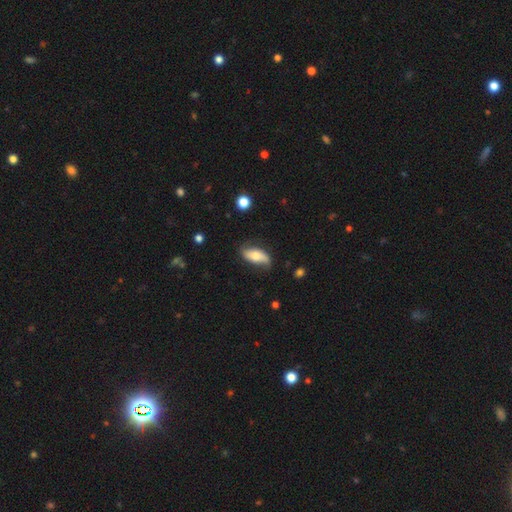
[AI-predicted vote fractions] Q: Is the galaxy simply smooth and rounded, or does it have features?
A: featured or disk — 52%.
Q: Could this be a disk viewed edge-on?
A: no — 84%.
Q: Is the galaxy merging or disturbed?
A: none — 68%.